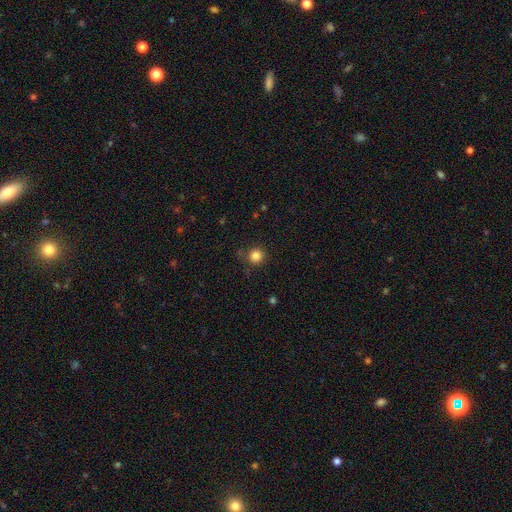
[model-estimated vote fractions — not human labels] A smooth galaxy with no disk features (84%) that is round (94%).

Vote fractions:
- Smooth or featured? smooth: 84% / star or artifact: 12% / featured or disk: 4%
- How rounded? round: 94% / in between: 5% / cigar-shaped: 1%
- Merging? none: 85% / minor disturbance: 10% / major disturbance: 3% / merger: 2%